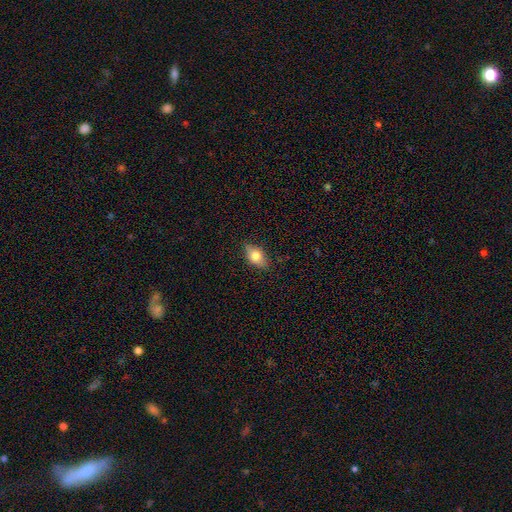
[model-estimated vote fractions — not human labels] smooth_or_featured: smooth (p=0.72) [alt: featured or disk p=0.20]
how_rounded: in between (p=0.84) [alt: round p=0.11]
merging: none (p=0.83) [alt: minor disturbance p=0.13]